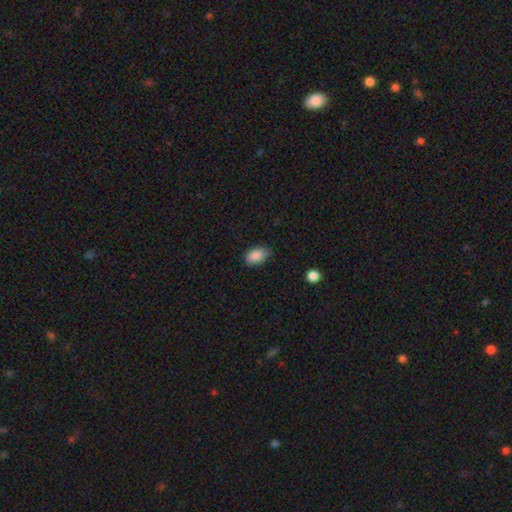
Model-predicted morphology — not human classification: smooth 88%, star or artifact 8%, featured or disk 4%. Down the decision tree: how rounded — in between (91%); merging — none (79%).